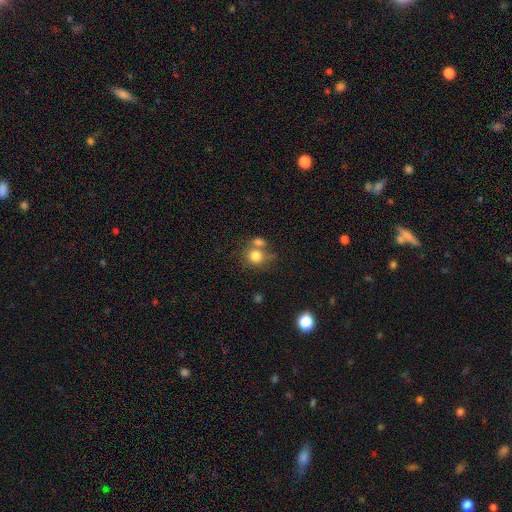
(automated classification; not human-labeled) Q: Smooth or featured?
A: smooth (79%); runner-up: featured or disk (10%)
Q: How rounded?
A: round (80%); runner-up: in between (19%)
Q: Merging?
A: none (45%); runner-up: merger (38%)